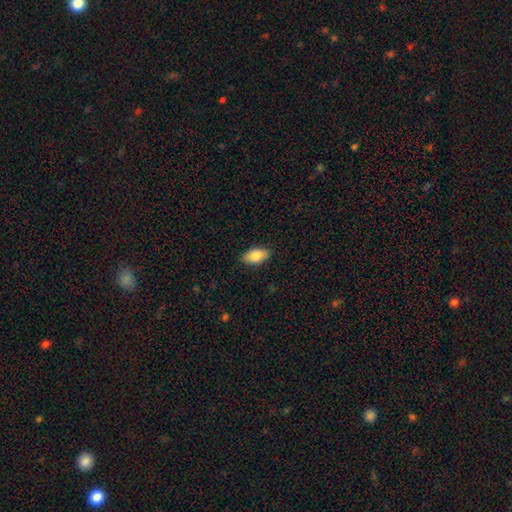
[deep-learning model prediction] Smooth or featured?
  - smooth: 84% *
  - featured or disk: 9%
  - star or artifact: 7%
How rounded?
  - in between: 93% *
  - round: 4%
  - cigar-shaped: 3%
Merging?
  - none: 88% *
  - minor disturbance: 9%
  - major disturbance: 2%
  - merger: 1%